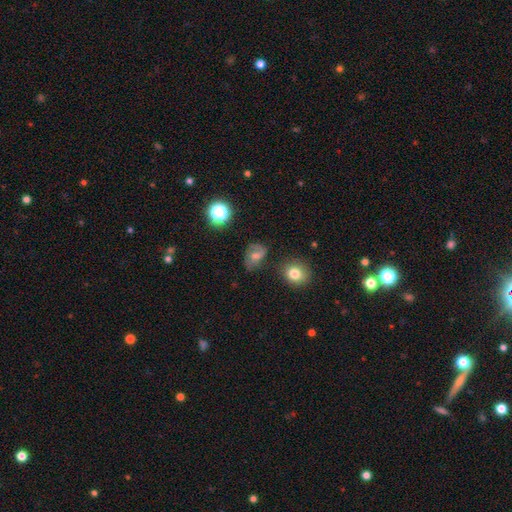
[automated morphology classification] Smooth or featured? Predicted: smooth (p=0.43). Merging? Predicted: none (p=0.62).